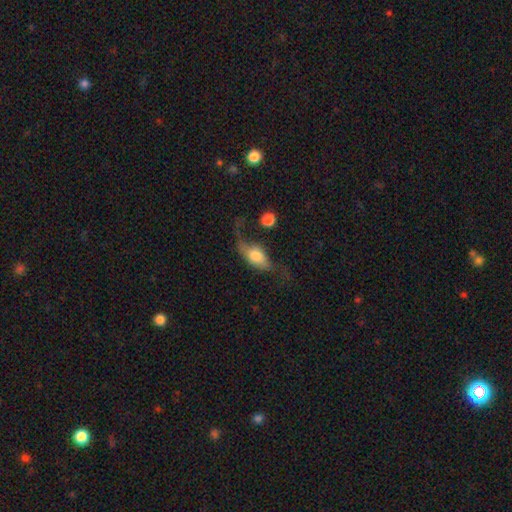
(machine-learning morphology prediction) Overall: smooth (53%; featured or disk 39%). How rounded: in between (81%). Merging: major disturbance (39%; none 32%).